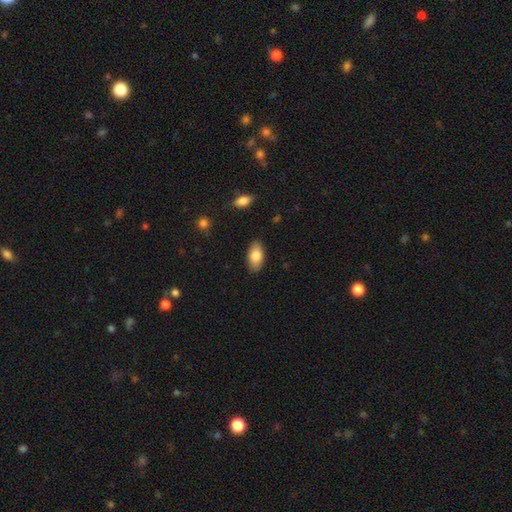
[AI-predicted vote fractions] Smooth or featured? smooth (82%)
How rounded? in between (93%)
Merging? none (87%)